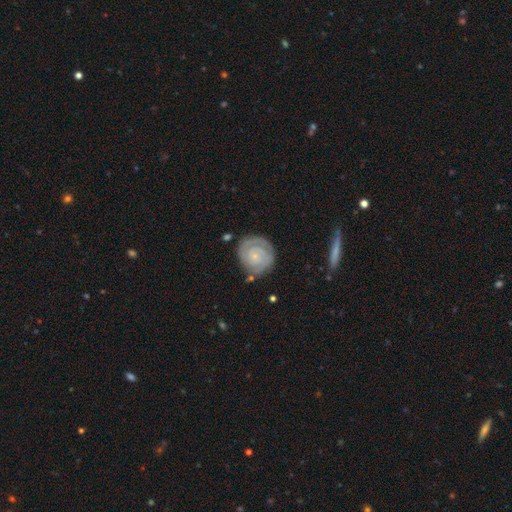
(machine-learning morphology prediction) Smooth or featured: featured or disk — 83% (smooth — 12%)
Edge-on disk: no — 98% (yes — 2%)
Bar: no — 70% (weak — 25%)
Spiral arms: yes — 97% (no — 3%)
Spiral winding: tight — 79% (medium — 18%)
Spiral arm count: 2 — 68% (can't tell — 12%)
Bulge size: small — 75% (moderate — 14%)
Merging: none — 76% (minor disturbance — 16%)